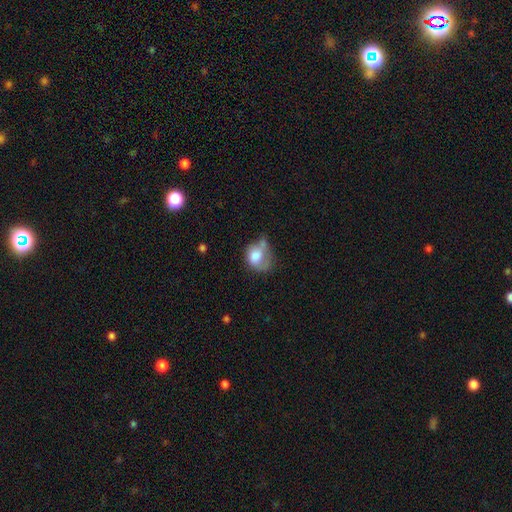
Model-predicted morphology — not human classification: Overall: smooth (66%). How rounded: in between (52%; round 47%). Merging: major disturbance (33%; minor disturbance 28%).